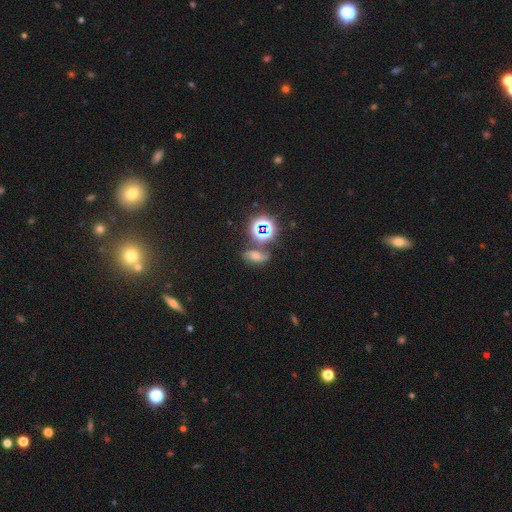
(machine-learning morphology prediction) A star or artifact, not a galaxy (44%).

Vote fractions:
- Smooth or featured? star or artifact: 44% / smooth: 34% / featured or disk: 22%